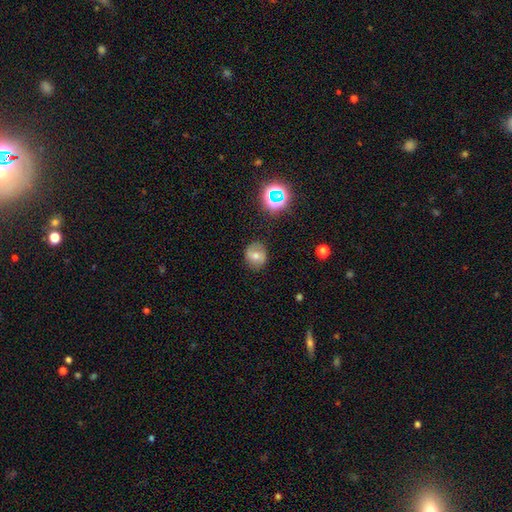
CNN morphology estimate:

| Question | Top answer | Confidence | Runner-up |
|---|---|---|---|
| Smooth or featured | smooth | 50% | featured or disk (34%) |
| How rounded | round | 78% | in between (21%) |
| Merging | none | 80% | minor disturbance (14%) |